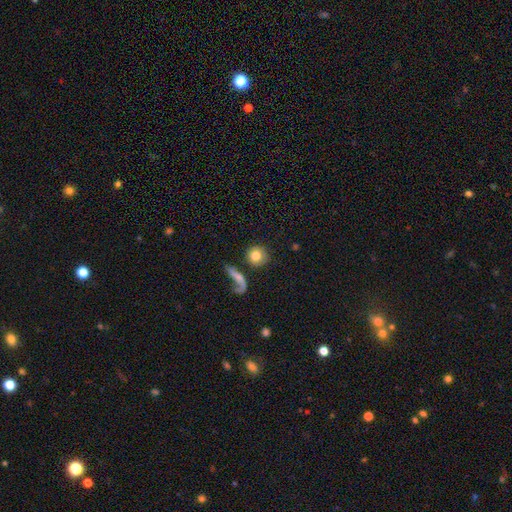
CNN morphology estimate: smooth 77%, featured or disk 15%, star or artifact 8%. Down the decision tree: how rounded — round (89%); merging — none (70%).